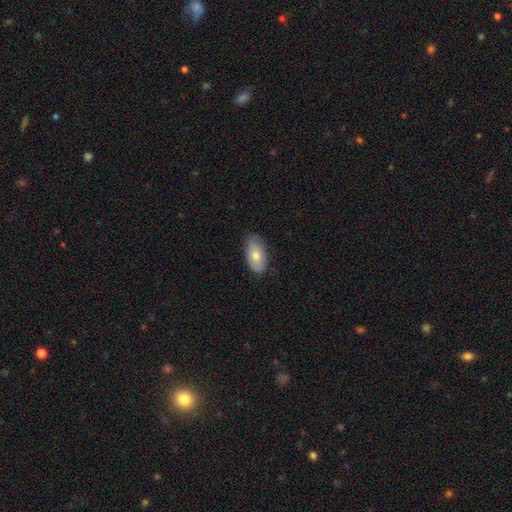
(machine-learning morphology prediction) This appears to be a smooth galaxy with no disk features (74%) that is in between round and cigar-shaped (93%). Merging: none (77%).